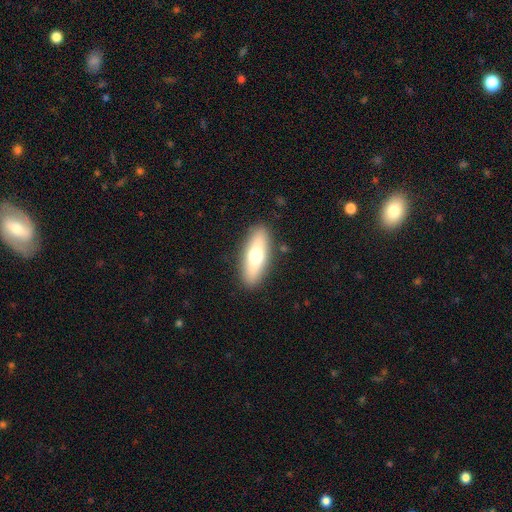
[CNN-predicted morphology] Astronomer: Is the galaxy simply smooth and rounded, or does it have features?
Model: smooth — 60%.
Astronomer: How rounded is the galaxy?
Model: in between — 59% (runner-up: cigar-shaped, 37%).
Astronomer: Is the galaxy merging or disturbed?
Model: none — 88%.